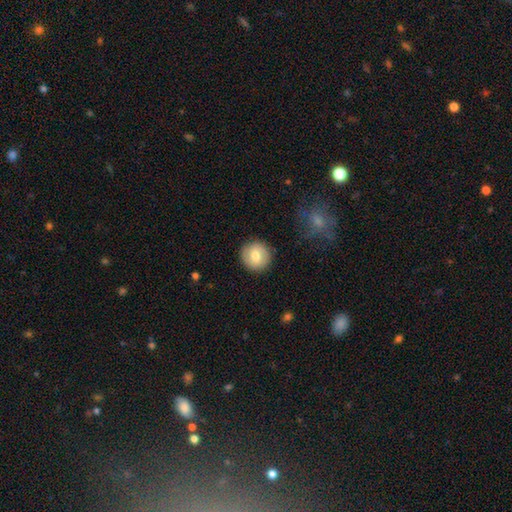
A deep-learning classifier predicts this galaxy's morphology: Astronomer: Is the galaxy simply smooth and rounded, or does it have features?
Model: smooth — 74%.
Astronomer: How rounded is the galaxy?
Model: round — 94%.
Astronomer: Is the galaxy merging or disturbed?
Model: none — 89%.